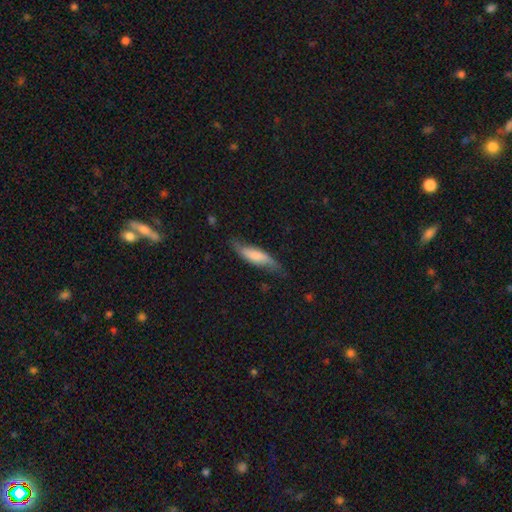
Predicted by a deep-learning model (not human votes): This appears to be a smooth galaxy with no disk features (60%) that is cigar-shaped (60%). Merging: none (63%).